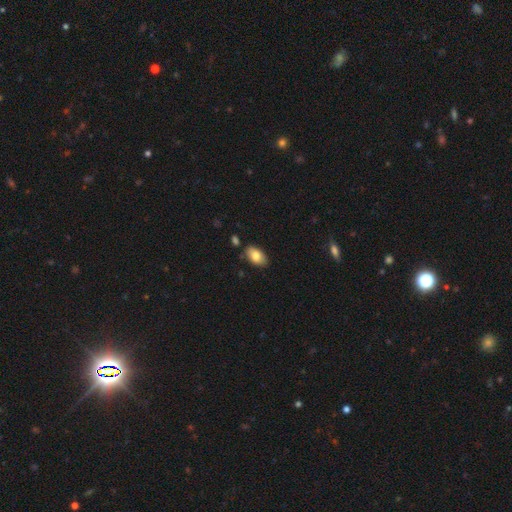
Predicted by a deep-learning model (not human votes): Smooth or featured: smooth — 82% (featured or disk — 11%)
How rounded: in between — 93% (round — 5%)
Merging: none — 80% (minor disturbance — 14%)